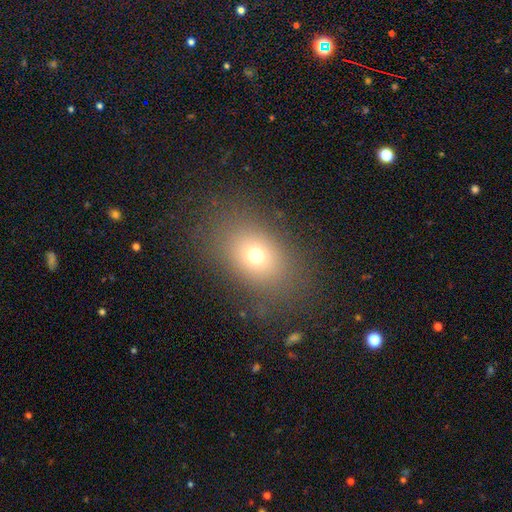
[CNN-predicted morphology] This is likely a smooth galaxy (69%). How rounded: likely in between (70%). Merging: clearly none (81%).